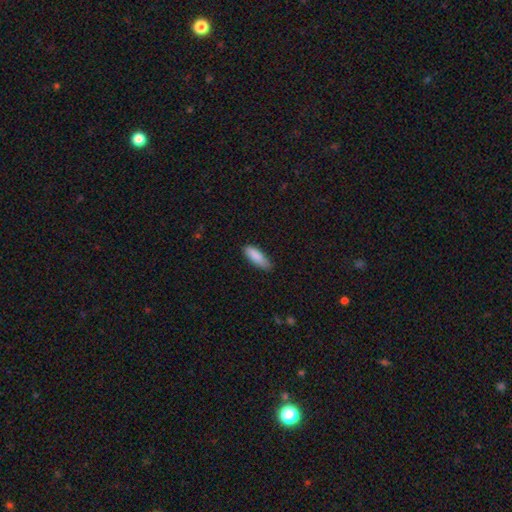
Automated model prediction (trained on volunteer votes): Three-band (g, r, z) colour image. It shows a smooth galaxy with no disk features (88%) that is in between round and cigar-shaped (56%). Merging: none (75%).